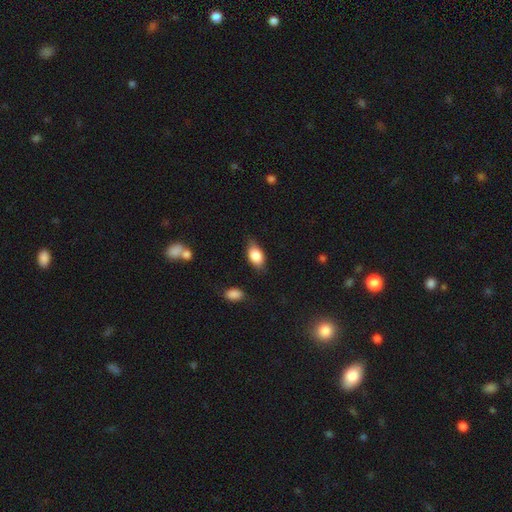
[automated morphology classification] Smooth or featured: smooth — 82% (featured or disk — 11%)
How rounded: in between — 88% (round — 9%)
Merging: none — 70% (minor disturbance — 23%)